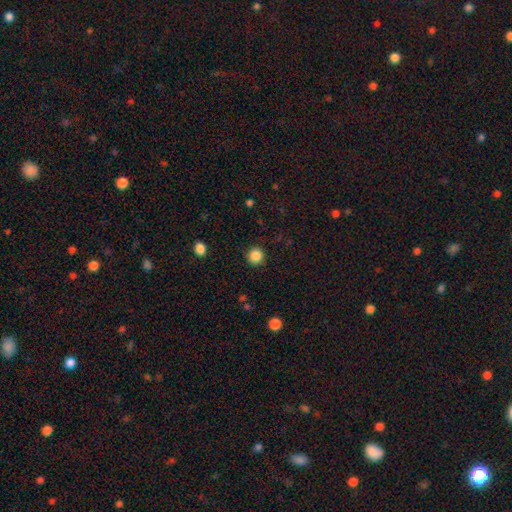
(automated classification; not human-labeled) This appears to be a smooth galaxy with no disk features (86%) that is round (93%). Merging: none (90%).